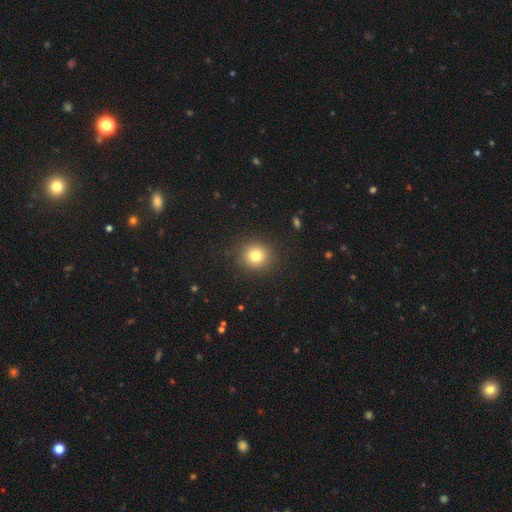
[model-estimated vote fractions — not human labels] Overall: smooth (79%). How rounded: round (90%). Merging: none (90%).